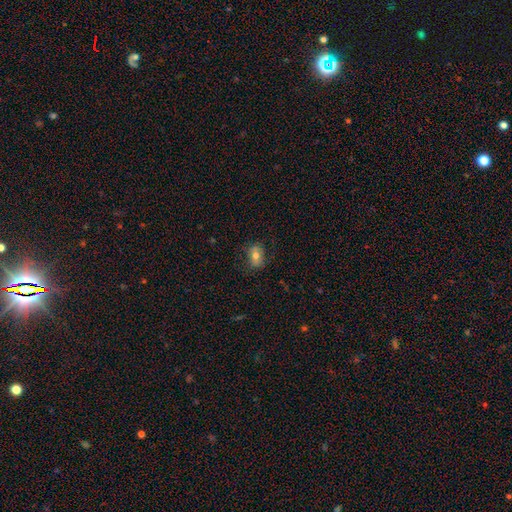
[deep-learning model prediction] Smooth or featured? Predicted: smooth (p=0.70). How rounded? Predicted: in between (p=0.66). Merging? Predicted: none (p=0.78).